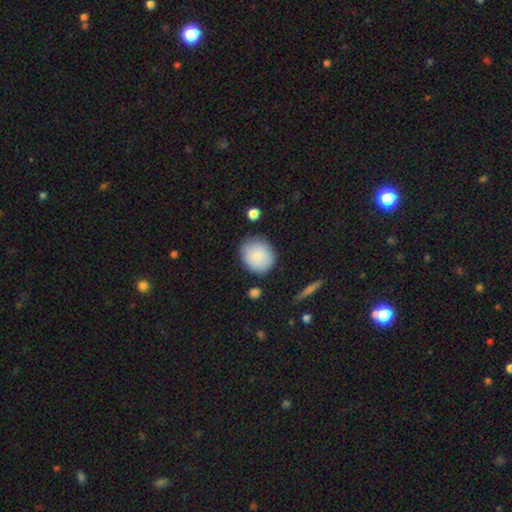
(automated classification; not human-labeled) This is clearly a smooth galaxy (85%). How rounded: likely round (70%). Merging: likely none (79%).